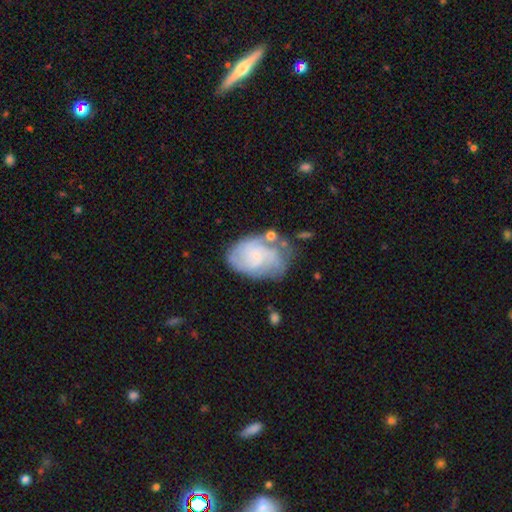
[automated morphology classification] The model was most divided on "spiral winding": tight: 47%, medium: 38%, loose: 15%. Remaining: edge-on disk — no (98%); spiral arms — yes (85%); bar — no (70%); smooth or featured — featured or disk (65%); bulge size — small (62%); merging — none (48%); spiral arm count — can't tell (40%).